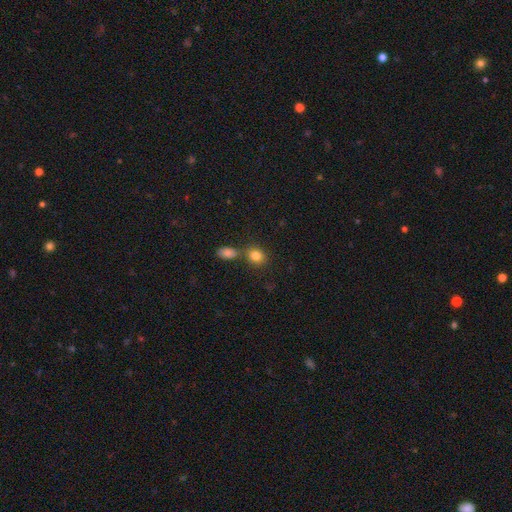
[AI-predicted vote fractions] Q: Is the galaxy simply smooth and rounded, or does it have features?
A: smooth — 83%.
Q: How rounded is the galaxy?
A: round — 57%.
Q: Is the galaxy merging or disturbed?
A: none — 61%.